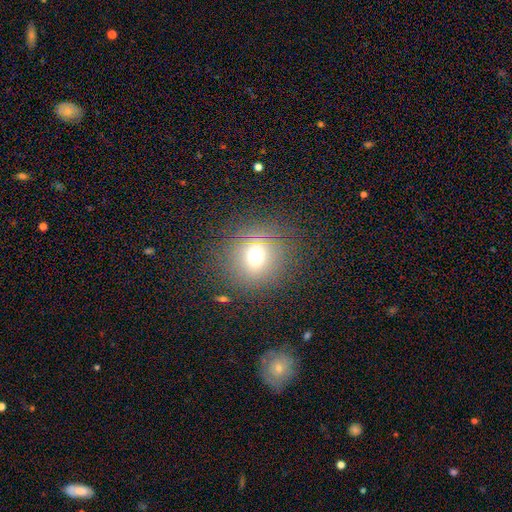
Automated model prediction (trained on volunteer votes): This is likely a smooth galaxy (61%). How rounded: clearly round (89%). Merging: clearly none (85%).